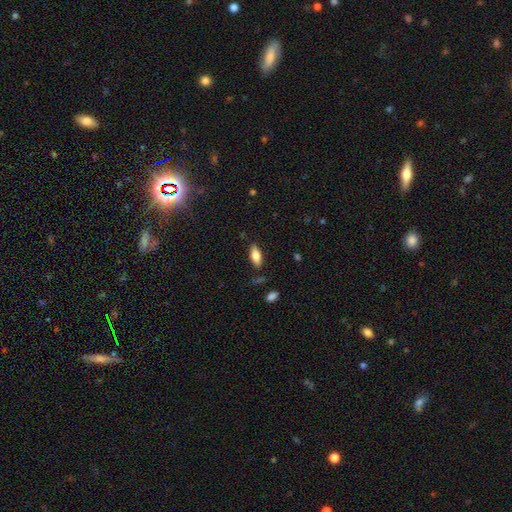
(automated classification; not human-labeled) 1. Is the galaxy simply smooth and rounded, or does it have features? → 70% smooth, 23% featured or disk, 7% star or artifact.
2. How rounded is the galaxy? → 79% in between, 19% cigar-shaped, 2% round.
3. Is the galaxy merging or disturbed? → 84% none, 11% minor disturbance, 3% major disturbance, 2% merger.